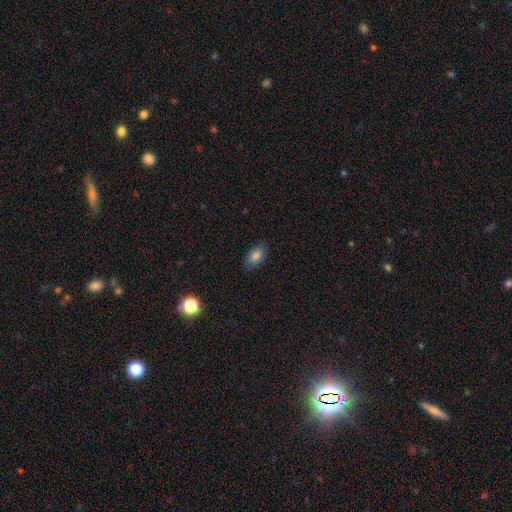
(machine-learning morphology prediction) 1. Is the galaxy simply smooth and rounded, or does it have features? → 84% smooth, 8% star or artifact, 8% featured or disk.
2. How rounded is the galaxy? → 90% in between, 7% round, 3% cigar-shaped.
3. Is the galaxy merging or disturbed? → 83% none, 13% minor disturbance, 3% major disturbance, 1% merger.